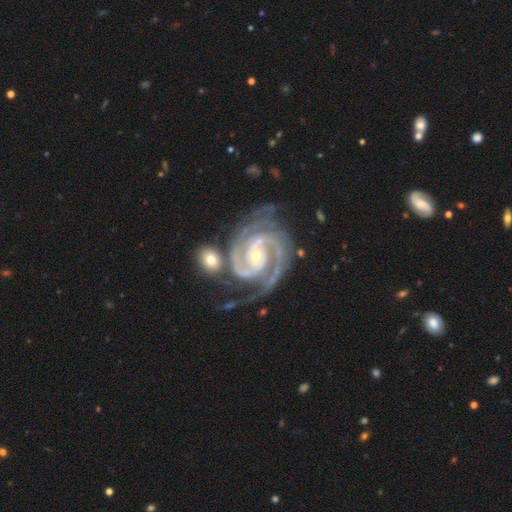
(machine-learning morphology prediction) smooth_or_featured: featured or disk (p=0.94) [alt: star or artifact p=0.04]
disk_edge_on: no (p=0.98) [alt: yes p=0.02]
bar: no (p=0.38) [alt: weak p=0.36]
has_spiral_arms: yes (p=0.99) [alt: no p=0.01]
spiral_winding: tight (p=0.63) [alt: medium p=0.33]
spiral_arm_count: 2 (p=0.69) [alt: 3 p=0.17]
bulge_size: small (p=0.67) [alt: moderate p=0.30]
merging: none (p=0.57) [alt: minor disturbance p=0.19]